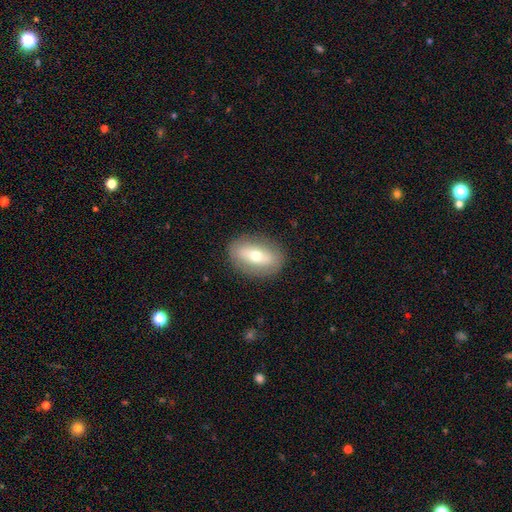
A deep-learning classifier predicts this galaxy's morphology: smooth 54%, featured or disk 38%, star or artifact 8%. Down the decision tree: how rounded — in between (81%); merging — none (86%).